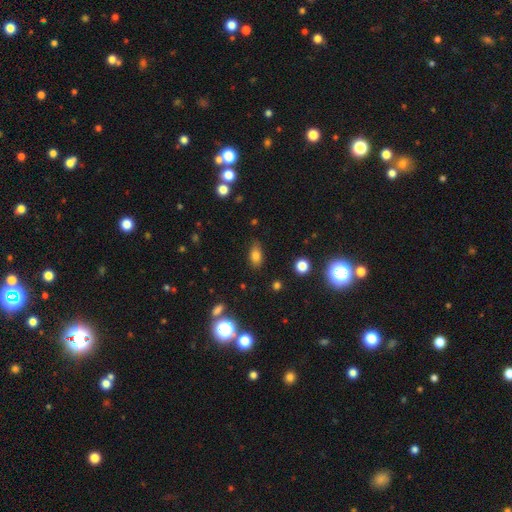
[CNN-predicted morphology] smooth-or-featured: smooth: 78% | star or artifact: 13% | featured or disk: 9%
  how-rounded: in between: 85% | round: 10% | cigar-shaped: 5%
  merging: none: 79% | minor disturbance: 16% | major disturbance: 3% | merger: 2%